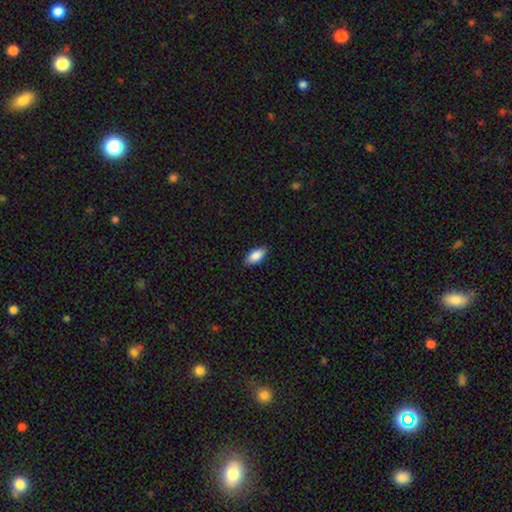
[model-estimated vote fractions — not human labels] smooth 87%, star or artifact 7%, featured or disk 6%. Down the decision tree: how rounded — in between (90%); merging — none (88%).